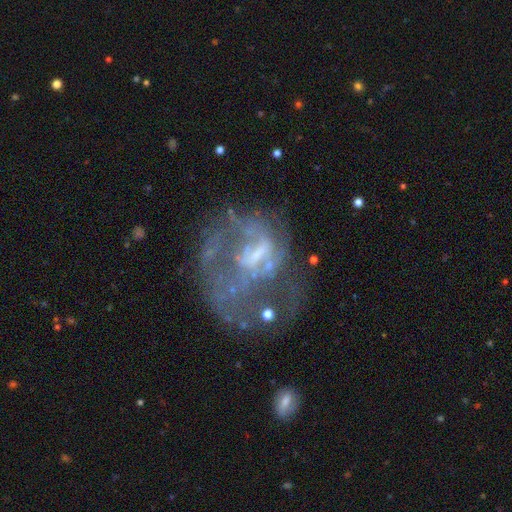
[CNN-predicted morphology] smooth-or-featured: featured or disk: 70% | smooth: 16% | star or artifact: 14%
  disk-edge-on: no: 97% | yes: 3%
    bar: no: 54% | weak: 34% | strong: 12%
    has-spiral-arms: no: 62% | yes: 38%
    bulge-size: none: 39% | small: 37% | moderate: 20% | large: 3% | dominant: 1%
  merging: major disturbance: 46% | none: 30% | minor disturbance: 15% | merger: 9%